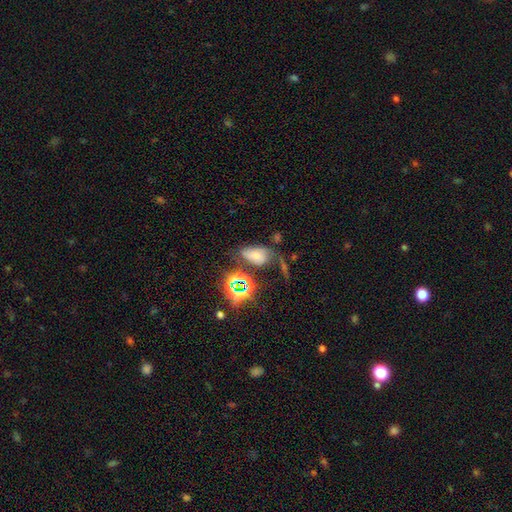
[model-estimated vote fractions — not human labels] Overall: smooth (47%; star or artifact 28%). Merging: none (48%; minor disturbance 24%).